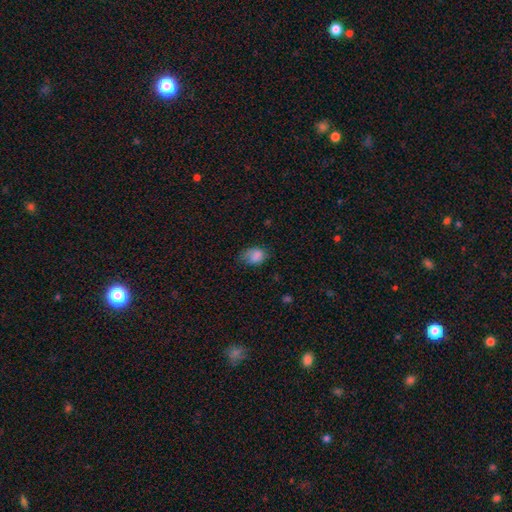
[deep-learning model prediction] Morphology: type=smooth (80%); roundness=in between (70%); merging=none (49%).